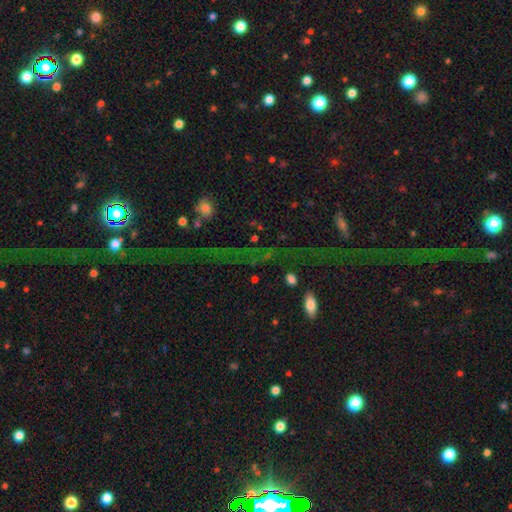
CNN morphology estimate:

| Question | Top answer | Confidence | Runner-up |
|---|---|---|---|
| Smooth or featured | star or artifact | 78% | smooth (12%) |